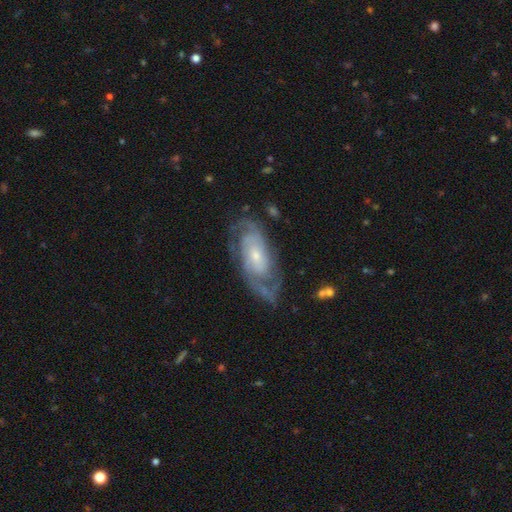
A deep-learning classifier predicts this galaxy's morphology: Smooth or featured: featured or disk — 86% (smooth — 9%)
Edge-on disk: no — 94% (yes — 6%)
Bar: no — 64% (weak — 28%)
Spiral arms: yes — 95% (no — 5%)
Spiral winding: tight — 54% (medium — 36%)
Spiral arm count: 2 — 57% (can't tell — 22%)
Bulge size: small — 61% (moderate — 31%)
Merging: none — 71% (minor disturbance — 17%)